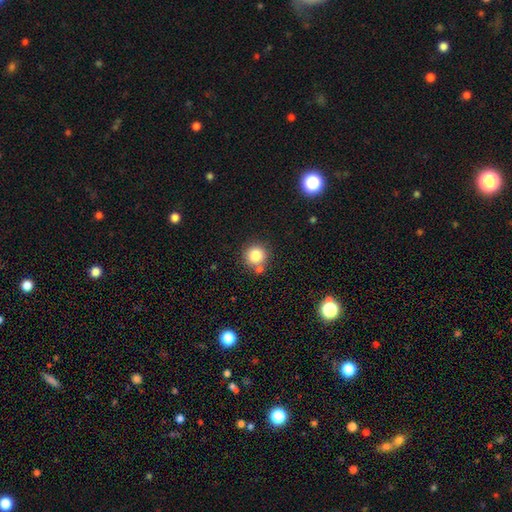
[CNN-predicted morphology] Smooth or featured: smooth — 83% (star or artifact — 10%)
How rounded: round — 93% (in between — 6%)
Merging: none — 72% (merger — 15%)